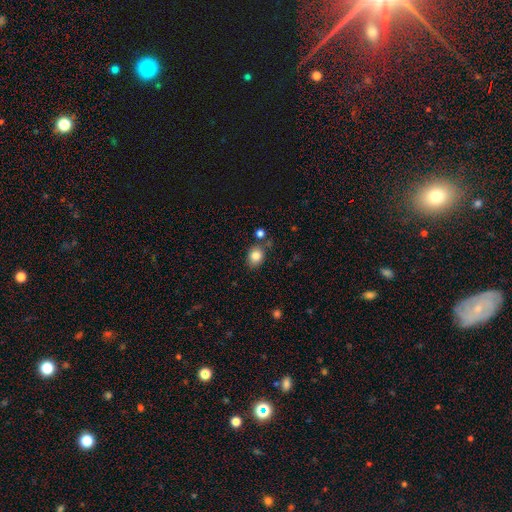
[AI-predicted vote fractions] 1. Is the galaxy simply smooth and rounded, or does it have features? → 84% smooth, 10% star or artifact, 7% featured or disk.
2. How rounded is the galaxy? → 50% in between, 49% round, 1% cigar-shaped.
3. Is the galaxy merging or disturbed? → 75% none, 14% minor disturbance, 8% merger, 4% major disturbance.